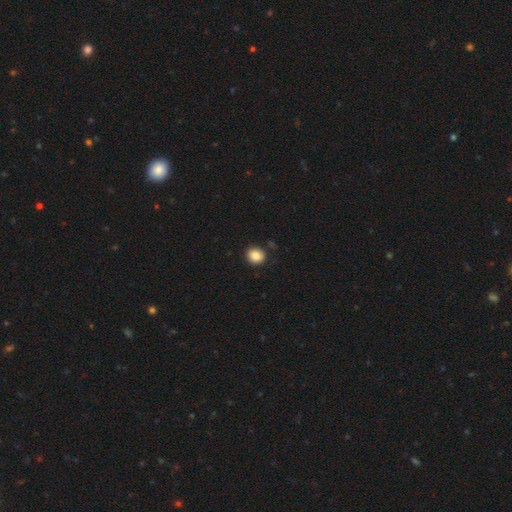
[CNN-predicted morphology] Smooth or featured: smooth — 87% (star or artifact — 9%)
How rounded: round — 71% (in between — 28%)
Merging: none — 87% (minor disturbance — 9%)